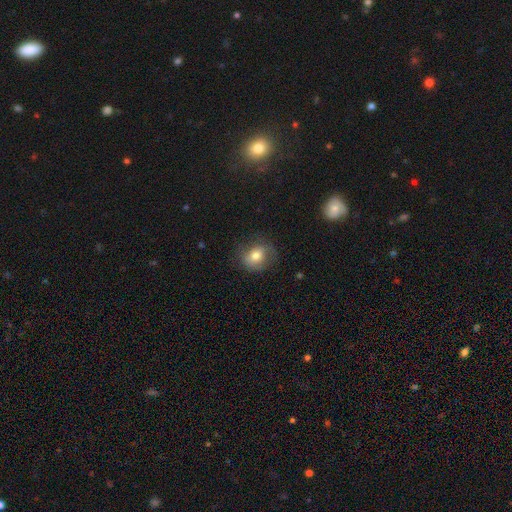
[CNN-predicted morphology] smooth-or-featured: smooth: 69% | featured or disk: 22% | star or artifact: 9%
  how-rounded: round: 57% | in between: 42% | cigar-shaped: 1%
  merging: none: 66% | minor disturbance: 22% | major disturbance: 10% | merger: 1%